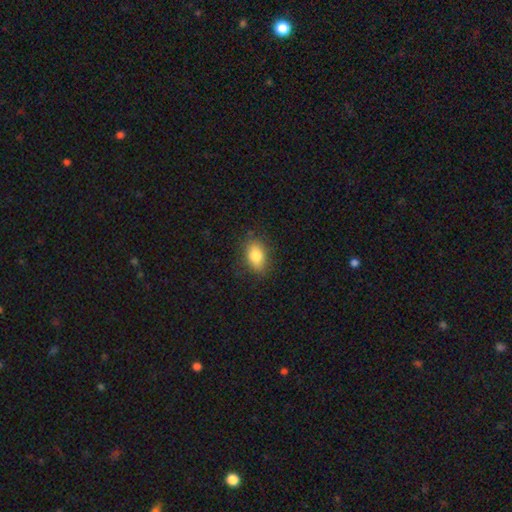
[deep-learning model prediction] Morphology: type=smooth (82%); roundness=in between (85%); merging=none (82%).